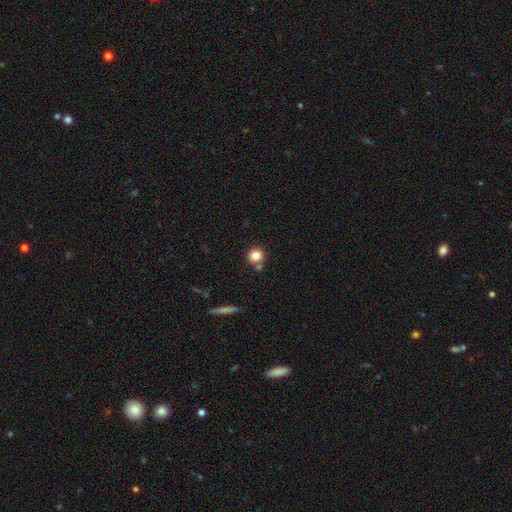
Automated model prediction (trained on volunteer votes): Q: Smooth or featured?
A: smooth (82%); runner-up: star or artifact (11%)
Q: How rounded?
A: round (91%); runner-up: in between (8%)
Q: Merging?
A: none (72%); runner-up: merger (16%)